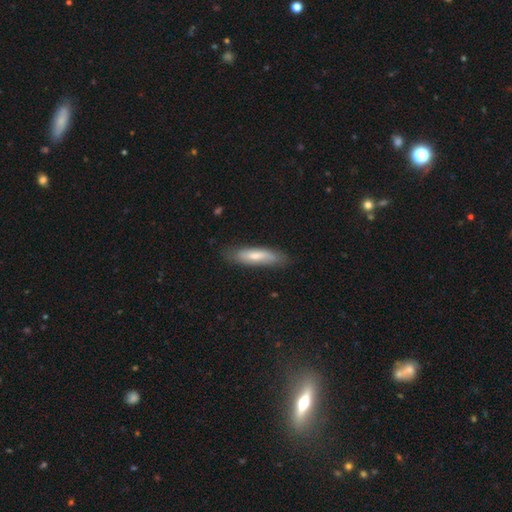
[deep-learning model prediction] smooth-or-featured: smooth: 69% | featured or disk: 26% | star or artifact: 6%
  how-rounded: cigar-shaped: 67% | in between: 32% | round: 2%
  merging: none: 79% | minor disturbance: 16% | major disturbance: 3% | merger: 1%